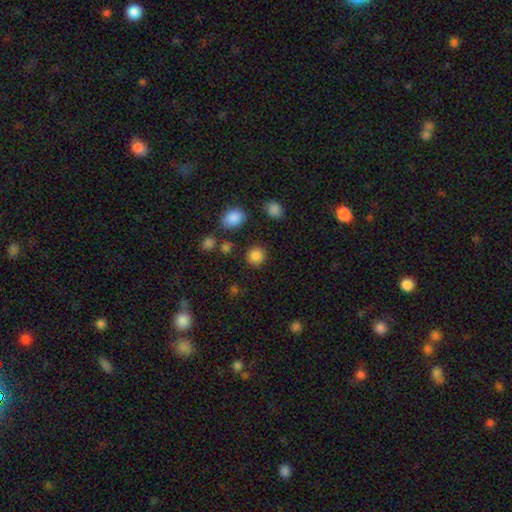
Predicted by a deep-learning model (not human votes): Overall: smooth (85%). How rounded: round (90%). Merging: none (86%).